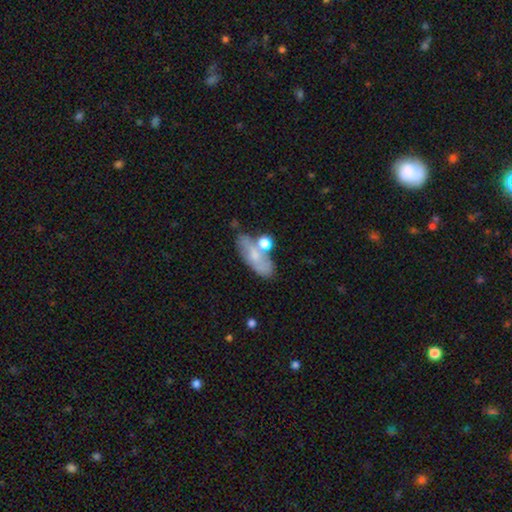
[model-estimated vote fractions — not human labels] This is likely a smooth galaxy (60%). How rounded: likely in between (75%). Merging: possibly none (53%).